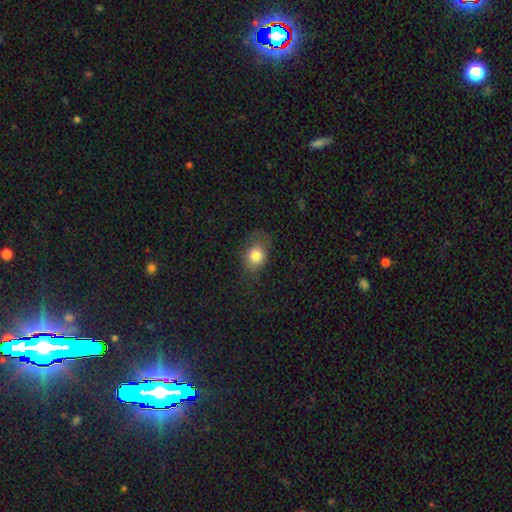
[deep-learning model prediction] A smooth galaxy with no disk features (80%) that is round (54%).

Vote fractions:
- Smooth or featured? smooth: 80% / star or artifact: 11% / featured or disk: 9%
- How rounded? round: 54% / in between: 45% / cigar-shaped: 1%
- Merging? none: 64% / minor disturbance: 23% / major disturbance: 12% / merger: 1%